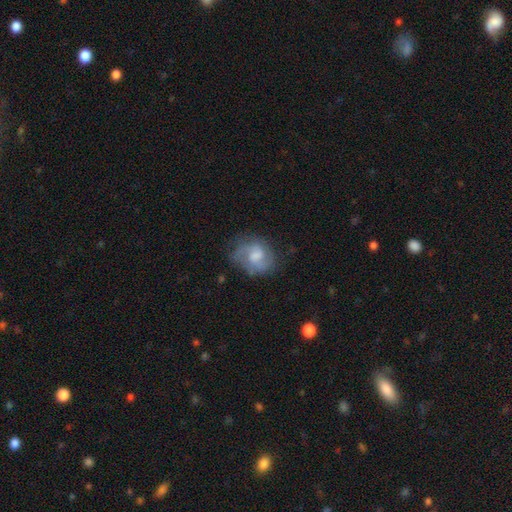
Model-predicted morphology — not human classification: featured or disk 58%, smooth 34%, star or artifact 7%. Down the decision tree: edge-on disk — no (98%); bar — weak (47%); spiral arms — yes (81%); bulge size — moderate (38%); merging — none (58%).